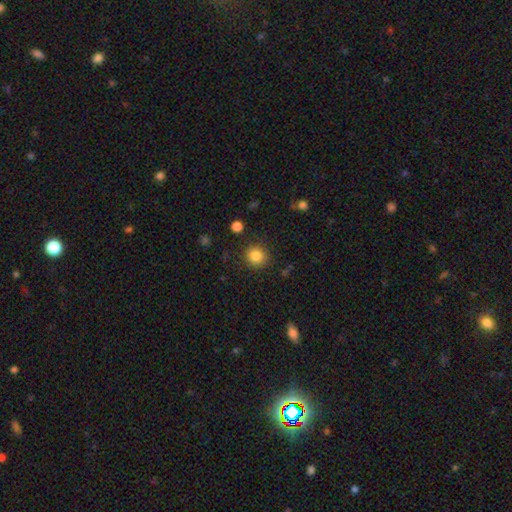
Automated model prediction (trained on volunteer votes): Overall: smooth (84%). How rounded: round (89%). Merging: none (88%).